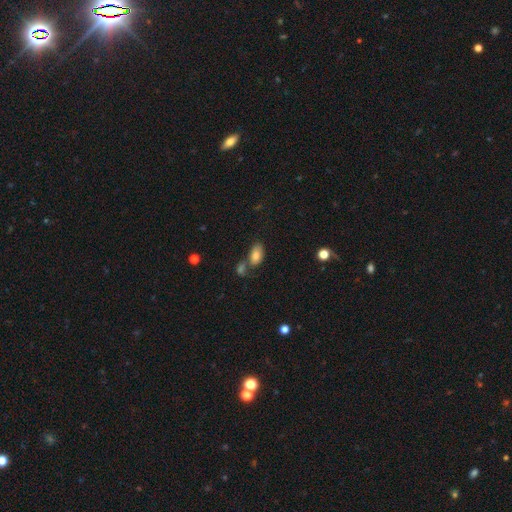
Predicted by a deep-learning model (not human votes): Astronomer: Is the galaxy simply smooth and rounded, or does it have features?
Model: smooth — 79%.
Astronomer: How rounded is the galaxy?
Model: in between — 92%.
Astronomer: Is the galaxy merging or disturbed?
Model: none — 52% (runner-up: merger, 29%).